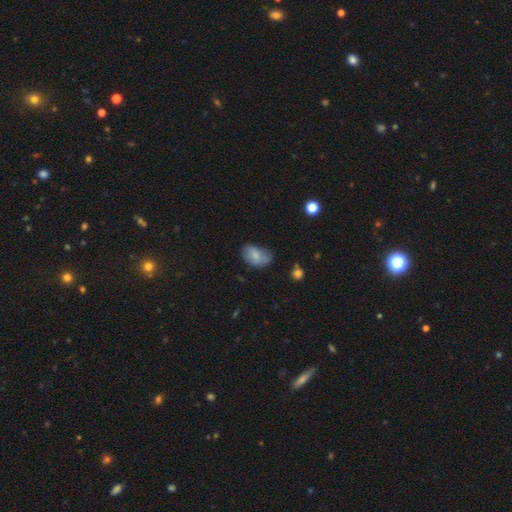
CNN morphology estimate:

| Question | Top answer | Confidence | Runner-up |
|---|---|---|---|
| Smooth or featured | smooth | 78% | featured or disk (14%) |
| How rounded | in between | 90% | round (9%) |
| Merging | none | 53% | minor disturbance (35%) |